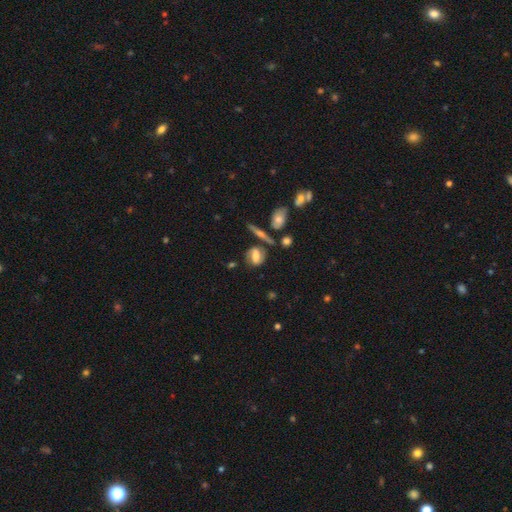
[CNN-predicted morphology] A smooth galaxy with no disk features (56%) that is in between round and cigar-shaped (66%).

Vote fractions:
- Smooth or featured? smooth: 56% / featured or disk: 33% / star or artifact: 11%
- How rounded? in between: 66% / round: 29% / cigar-shaped: 6%
- Merging? none: 55% / minor disturbance: 20% / merger: 14% / major disturbance: 11%